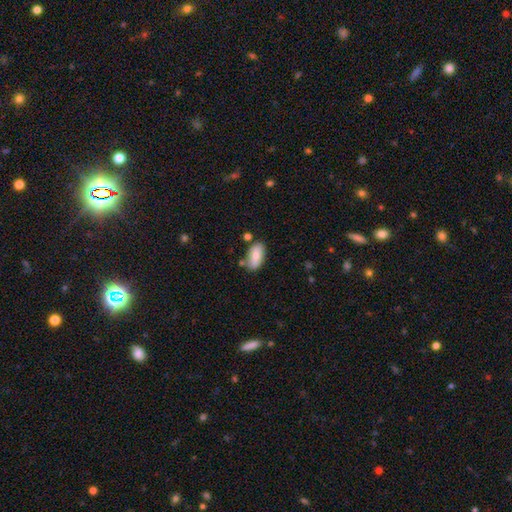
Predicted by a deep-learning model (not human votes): A smooth galaxy with no disk features (79%) that is in between round and cigar-shaped (91%).

Vote fractions:
- Smooth or featured? smooth: 79% / featured or disk: 14% / star or artifact: 7%
- How rounded? in between: 91% / cigar-shaped: 6% / round: 3%
- Merging? none: 72% / minor disturbance: 17% / merger: 8% / major disturbance: 4%